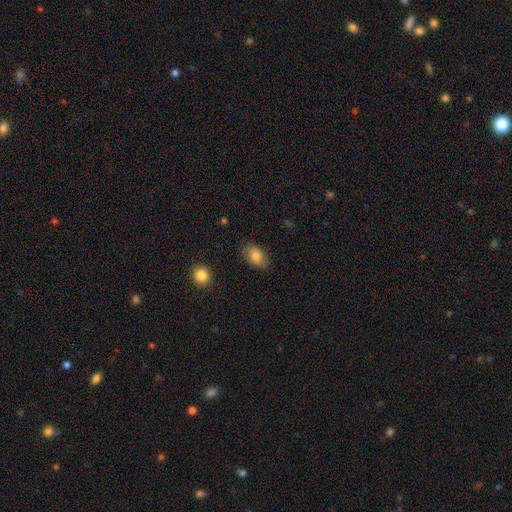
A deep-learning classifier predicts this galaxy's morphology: This appears to be a smooth galaxy with no disk features (84%) that is in between round and cigar-shaped (88%). Merging: none (81%).